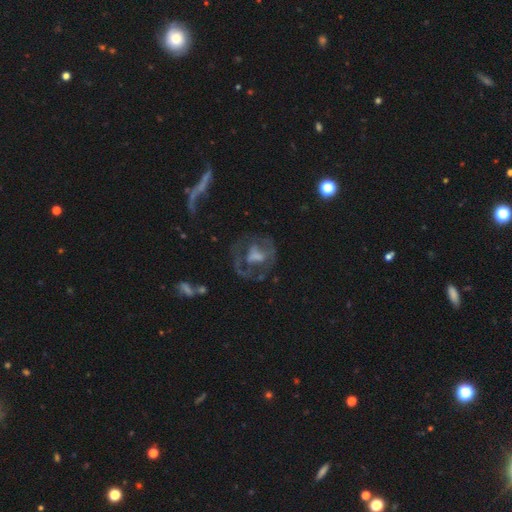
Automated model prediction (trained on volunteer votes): A featured or disk galaxy (68%) with no bar (53%), spiral arms (51%) and a moderate central bulge (34%). Merging: none (54%).